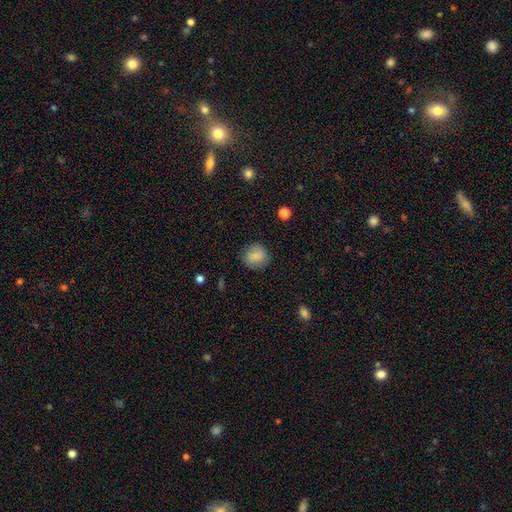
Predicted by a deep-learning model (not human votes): Morphology: type=smooth (85%); roundness=round (87%); merging=none (85%).